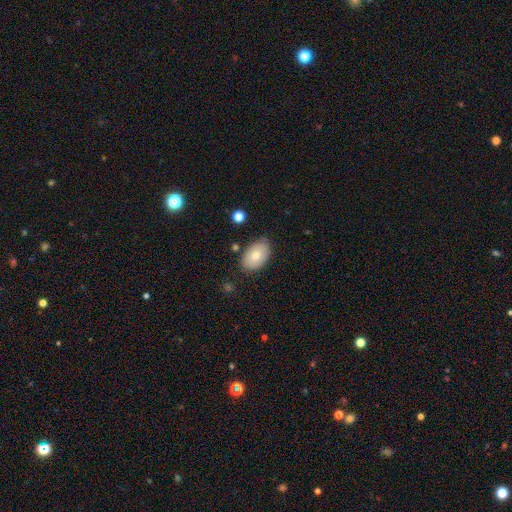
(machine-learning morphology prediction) A smooth galaxy with no disk features (74%) that is in between round and cigar-shaped (90%). Merging: none (78%).